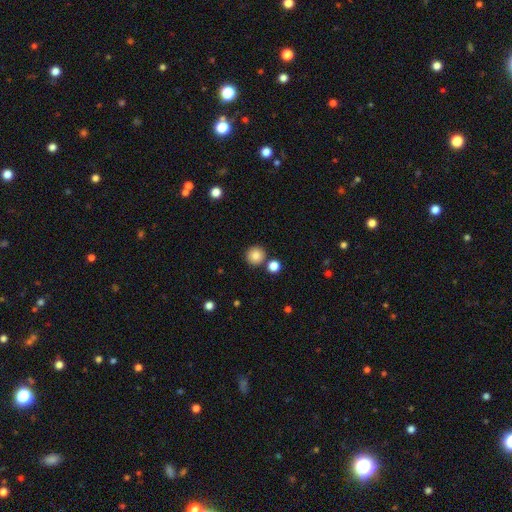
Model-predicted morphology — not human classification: smooth-or-featured: smooth: 84% | star or artifact: 11% | featured or disk: 5%
  how-rounded: round: 94% | in between: 5% | cigar-shaped: 1%
  merging: none: 84% | merger: 8% | minor disturbance: 6% | major disturbance: 2%